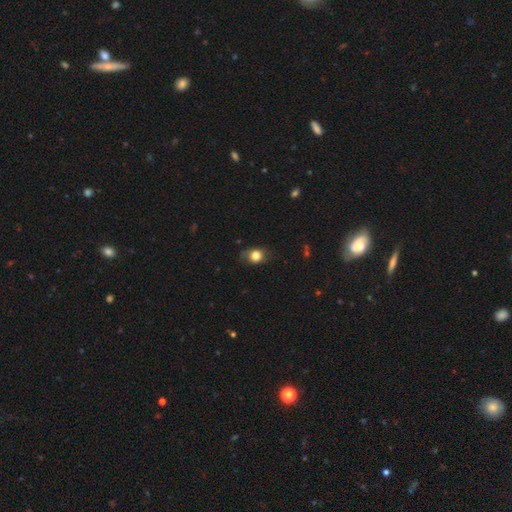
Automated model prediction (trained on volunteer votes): smooth_or_featured: smooth (p=0.78) [alt: featured or disk p=0.13]
how_rounded: round (p=0.52) [alt: in between p=0.47]
merging: none (p=0.65) [alt: minor disturbance p=0.26]